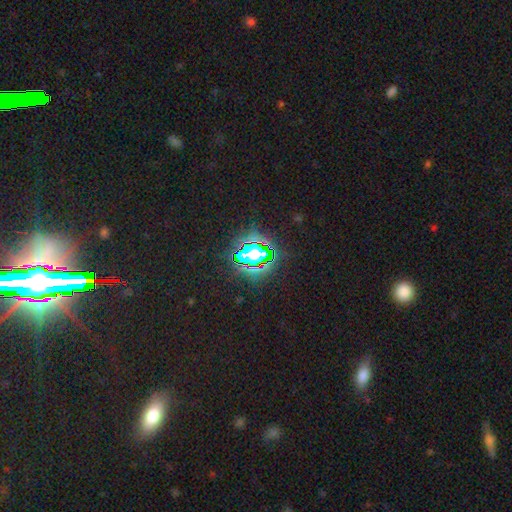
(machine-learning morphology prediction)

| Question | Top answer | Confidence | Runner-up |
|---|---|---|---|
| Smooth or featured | star or artifact | 76% | smooth (15%) |